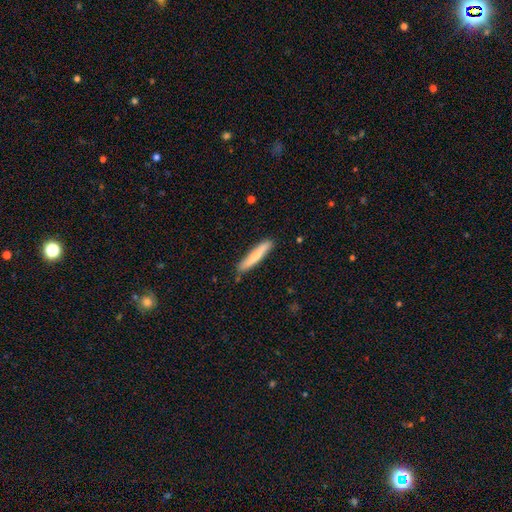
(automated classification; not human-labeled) A smooth galaxy with no disk features (77%) that is cigar-shaped (94%).

Vote fractions:
- Smooth or featured? smooth: 77% / featured or disk: 18% / star or artifact: 5%
- How rounded? cigar-shaped: 94% / in between: 5% / round: 1%
- Merging? none: 83% / minor disturbance: 13% / merger: 2% / major disturbance: 2%